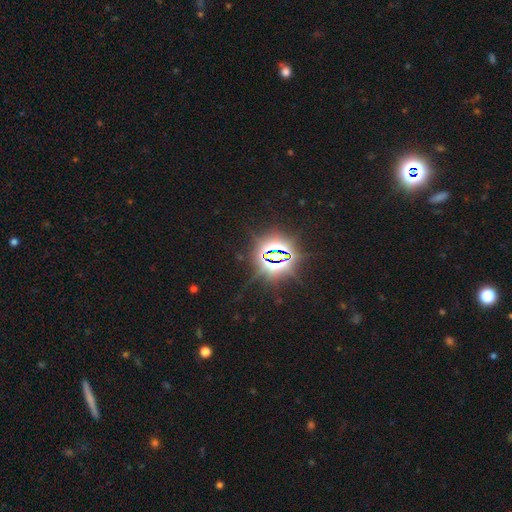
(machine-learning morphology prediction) Q: Smooth or featured?
A: star or artifact (83%); runner-up: smooth (10%)